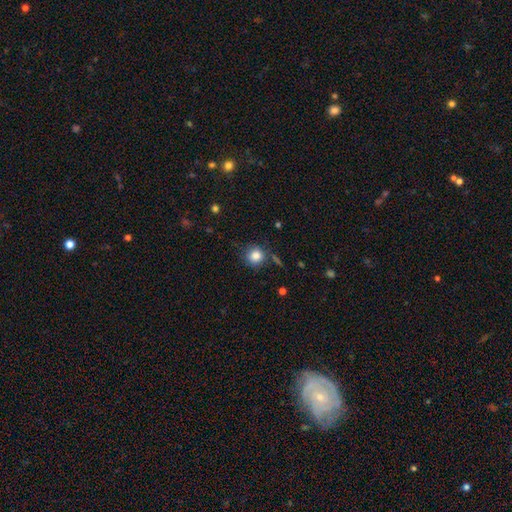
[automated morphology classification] Smooth or featured? smooth (84%)
How rounded? round (90%)
Merging? none (77%)